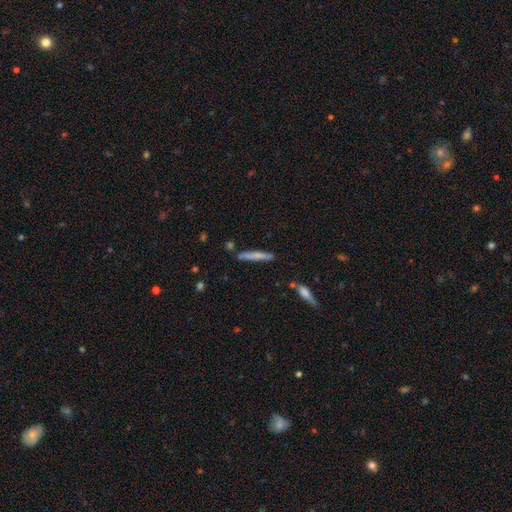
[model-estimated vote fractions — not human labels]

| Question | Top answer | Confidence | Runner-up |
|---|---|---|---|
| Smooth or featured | smooth | 67% | featured or disk (27%) |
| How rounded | cigar-shaped | 94% | in between (5%) |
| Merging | none | 81% | minor disturbance (12%) |